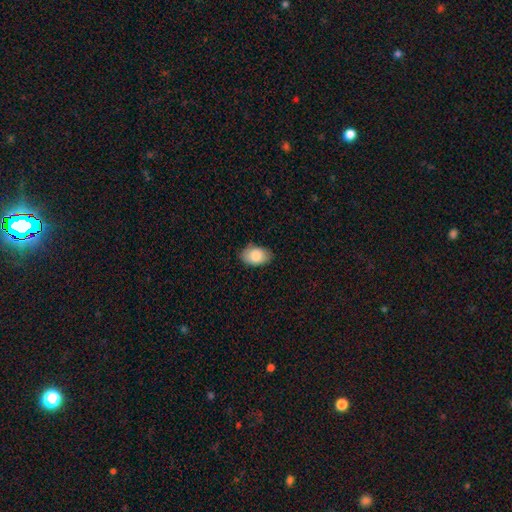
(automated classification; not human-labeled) Morphology: type=smooth (86%); roundness=in between (89%); merging=none (79%).